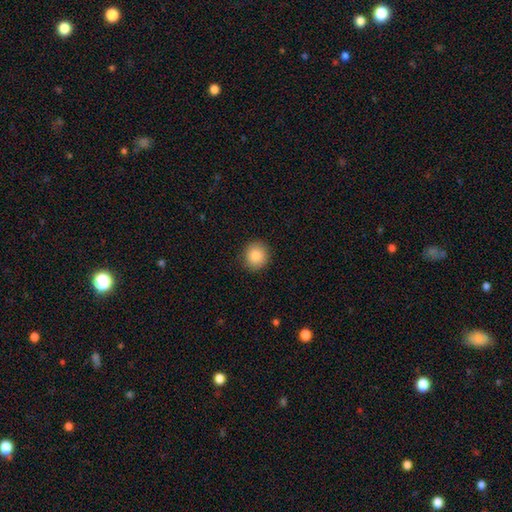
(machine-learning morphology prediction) Smooth or featured? smooth (87%)
How rounded? round (88%)
Merging? none (90%)